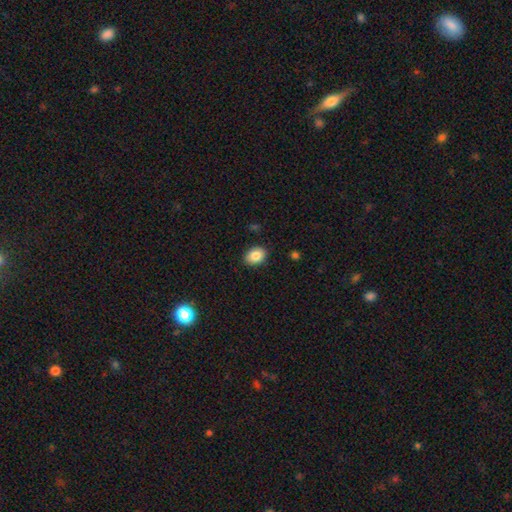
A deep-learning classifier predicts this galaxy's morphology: Smooth or featured? smooth (86%)
How rounded? in between (71%)
Merging? none (88%)